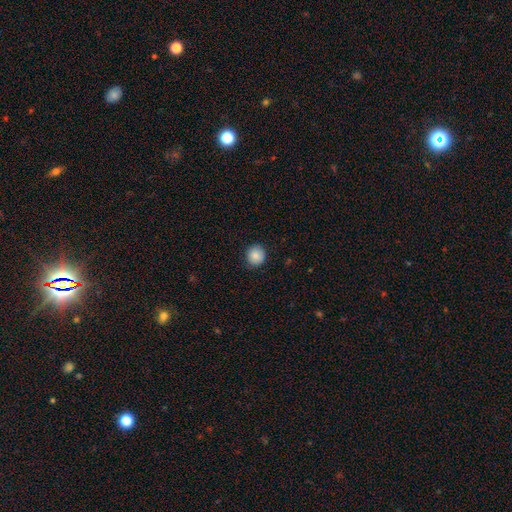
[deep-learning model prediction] Smooth or featured? Predicted: smooth (p=0.87). How rounded? Predicted: round (p=0.91). Merging? Predicted: none (p=0.89).